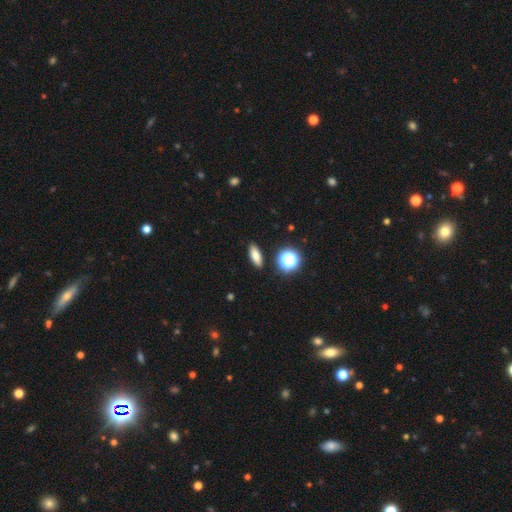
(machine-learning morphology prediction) The model was most divided on "how rounded": in between: 62%, cigar-shaped: 29%, round: 9%. More confident: merging — none (89%); smooth or featured — smooth (78%).